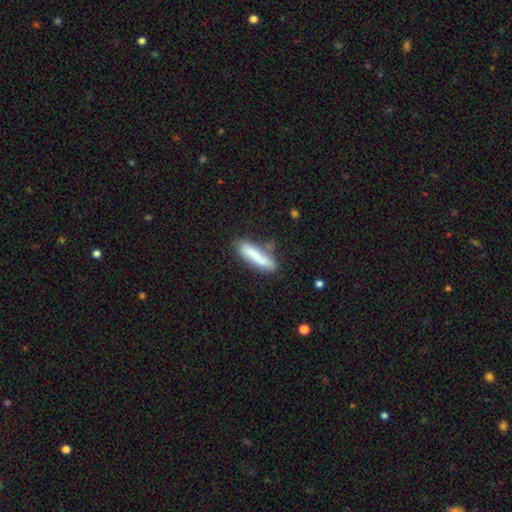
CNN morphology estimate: Overall: smooth (77%). How rounded: cigar-shaped (76%). Merging: none (66%).